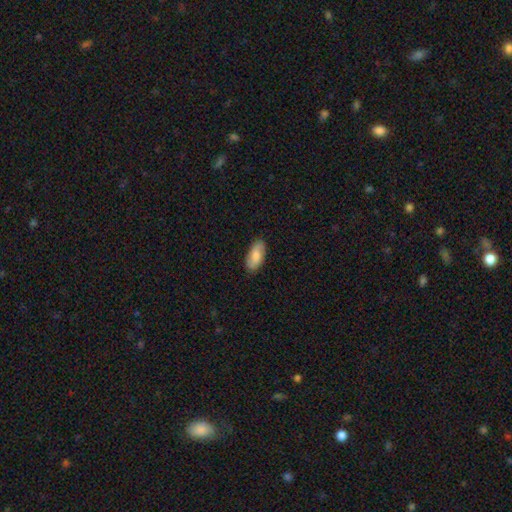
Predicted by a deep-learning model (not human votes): Smooth or featured? Predicted: smooth (p=0.73). How rounded? Predicted: in between (p=0.90). Merging? Predicted: none (p=0.86).